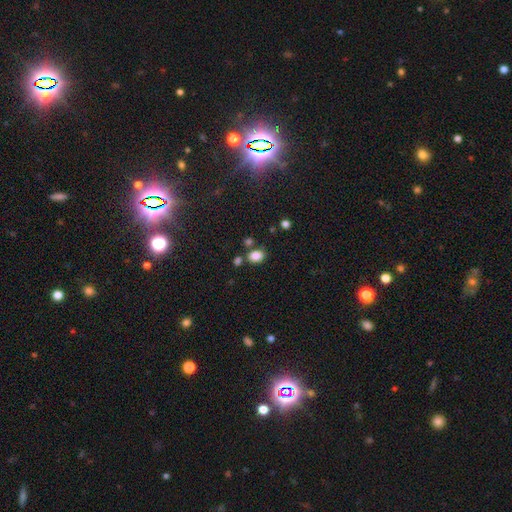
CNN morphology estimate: Smooth or featured? smooth (84%)
How rounded? in between (67%)
Merging? none (67%)